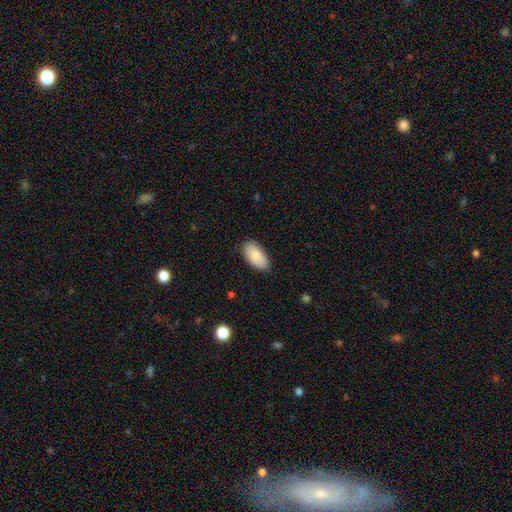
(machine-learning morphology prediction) type=smooth (85%); roundness=in between (95%); merging=none (86%).